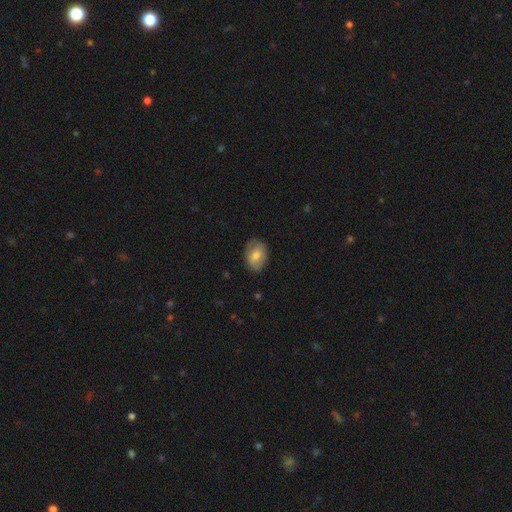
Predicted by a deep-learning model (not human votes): This is likely a smooth galaxy (69%). How rounded: clearly in between (82%). Merging: likely none (74%).